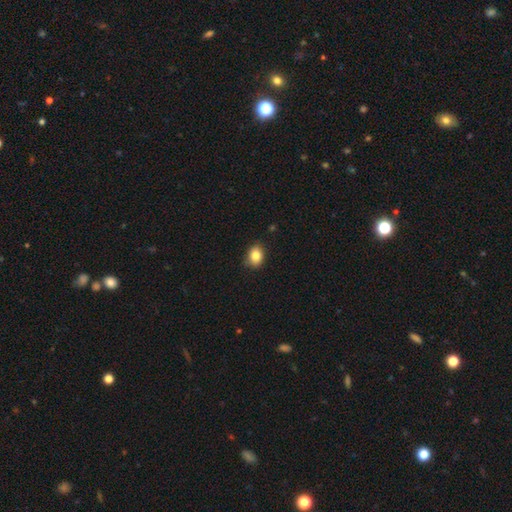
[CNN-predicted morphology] The model was most divided on "how rounded": in between: 59%, round: 40%, cigar-shaped: 1%. More confident: smooth or featured — smooth (84%); merging — none (84%).